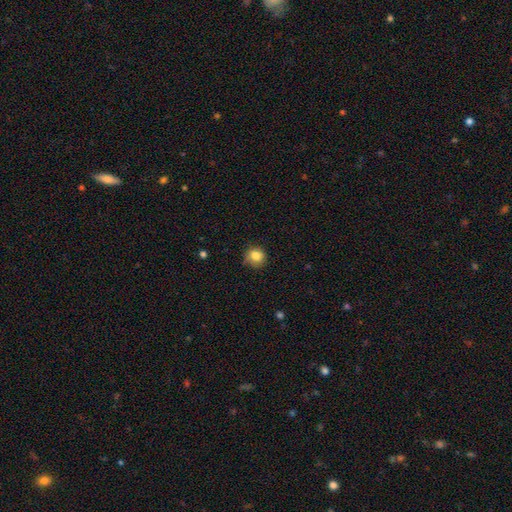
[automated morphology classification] A smooth galaxy with no disk features (83%) that is round (85%). Merging: none (78%).